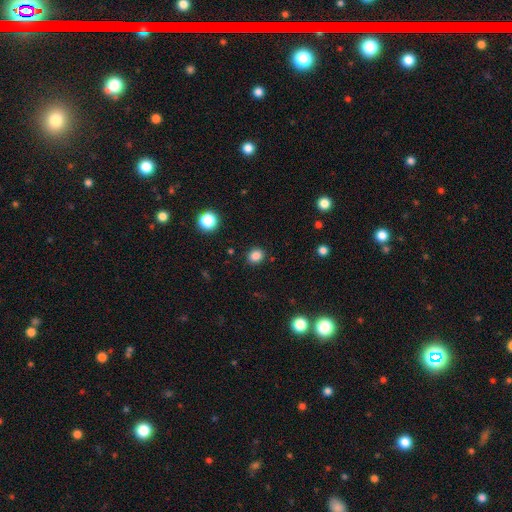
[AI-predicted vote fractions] Overall: smooth (84%). How rounded: round (71%). Merging: none (89%).